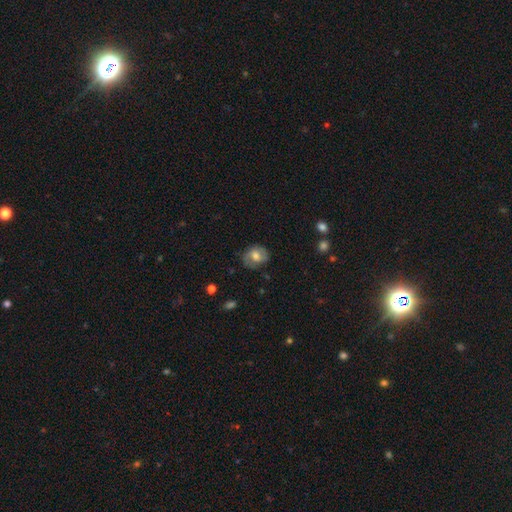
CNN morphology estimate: This appears to be a smooth galaxy with no disk features (51%) that is round (57%). Merging: none (71%).